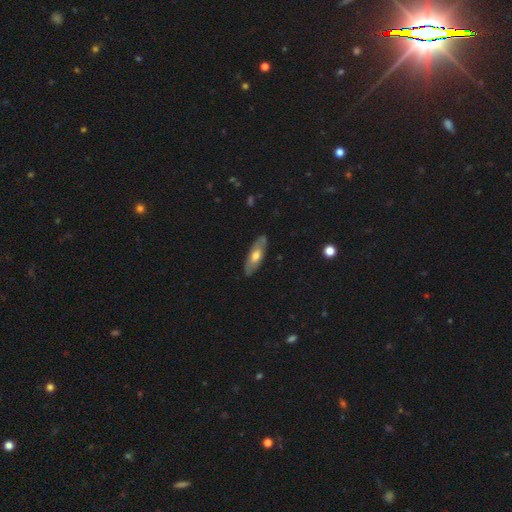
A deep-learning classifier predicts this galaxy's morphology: smooth 50%, featured or disk 45%, star or artifact 6%. Down the decision tree: merging — none (83%).